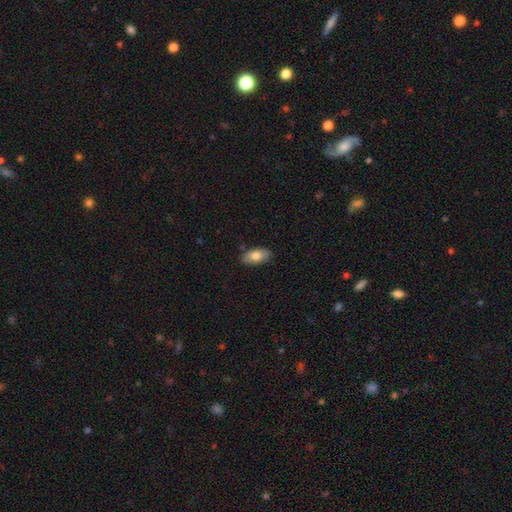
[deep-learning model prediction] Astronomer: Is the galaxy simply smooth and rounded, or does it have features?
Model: smooth — 78%.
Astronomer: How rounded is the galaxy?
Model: in between — 93%.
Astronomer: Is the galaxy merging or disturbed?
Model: none — 84%.